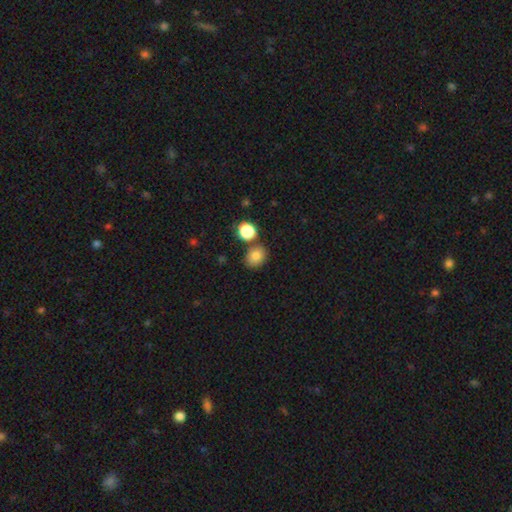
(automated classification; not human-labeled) smooth_or_featured: smooth (p=0.81) [alt: star or artifact p=0.11]
how_rounded: round (p=0.53) [alt: in between p=0.46]
merging: none (p=0.69) [alt: merger p=0.16]